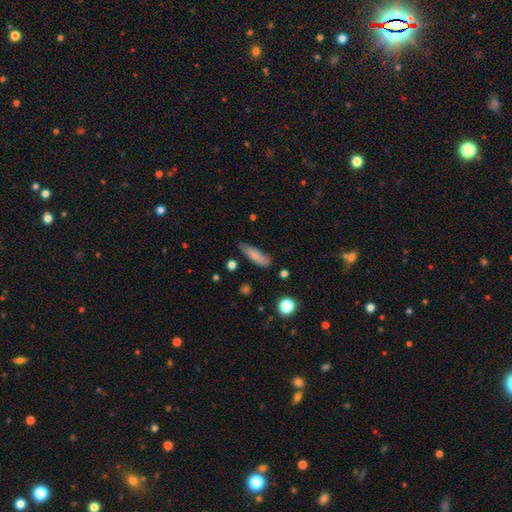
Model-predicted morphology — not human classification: smooth_or_featured: smooth (p=0.81) [alt: featured or disk p=0.12]
how_rounded: cigar-shaped (p=0.57) [alt: in between p=0.41]
merging: none (p=0.67) [alt: minor disturbance p=0.26]